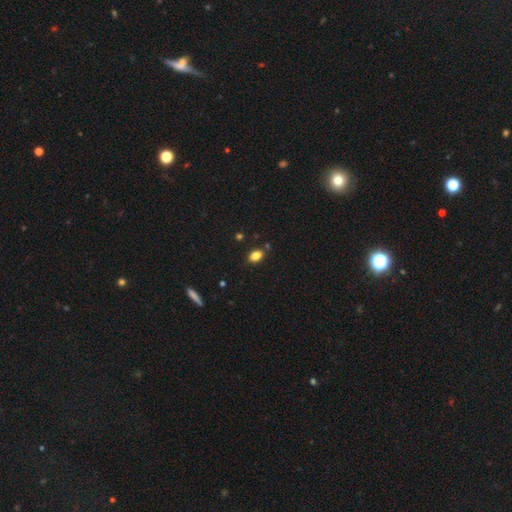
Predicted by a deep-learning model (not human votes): This appears to be a smooth galaxy with no disk features (83%) that is in between round and cigar-shaped (82%). Merging: none (83%).